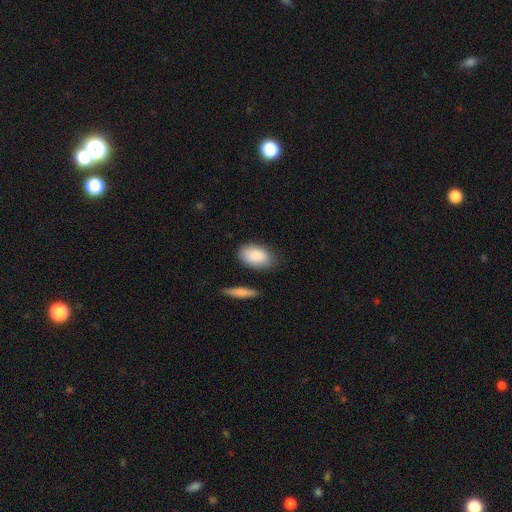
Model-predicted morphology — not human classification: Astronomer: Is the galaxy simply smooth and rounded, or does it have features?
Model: smooth — 86%.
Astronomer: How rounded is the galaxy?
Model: in between — 91%.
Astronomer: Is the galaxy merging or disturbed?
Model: none — 76%.